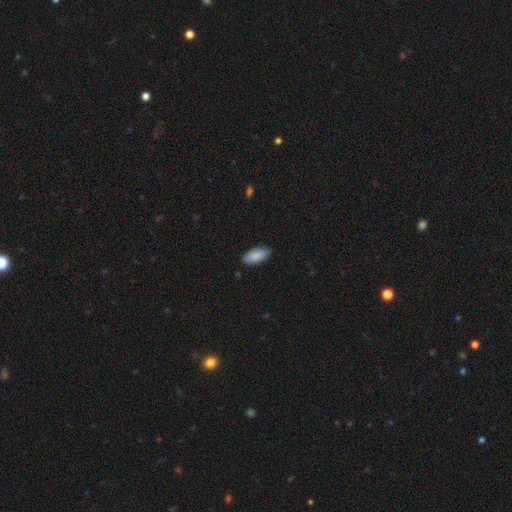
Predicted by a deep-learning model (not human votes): Morphology: type=smooth (87%); roundness=in between (94%); merging=none (86%).